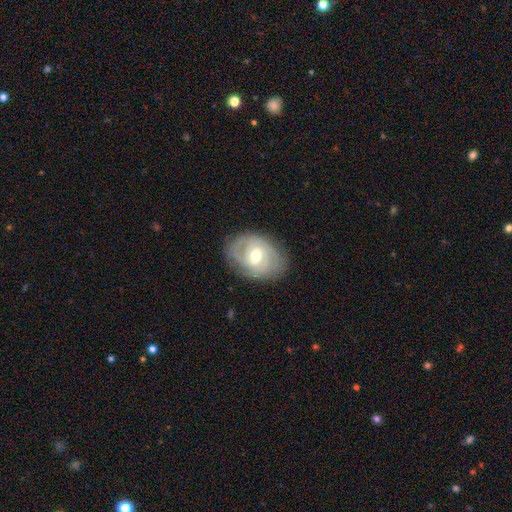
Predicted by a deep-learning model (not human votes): Q: Smooth or featured?
A: featured or disk (80%); runner-up: smooth (15%)
Q: Edge-on disk?
A: no (96%); runner-up: yes (4%)
Q: Bar?
A: weak (44%); runner-up: no (43%)
Q: Spiral arms?
A: yes (90%); runner-up: no (10%)
Q: Spiral winding?
A: tight (60%); runner-up: medium (31%)
Q: Spiral arm count?
A: 2 (36%); runner-up: can't tell (26%)
Q: Bulge size?
A: moderate (74%); runner-up: small (18%)
Q: Merging?
A: none (79%); runner-up: minor disturbance (15%)